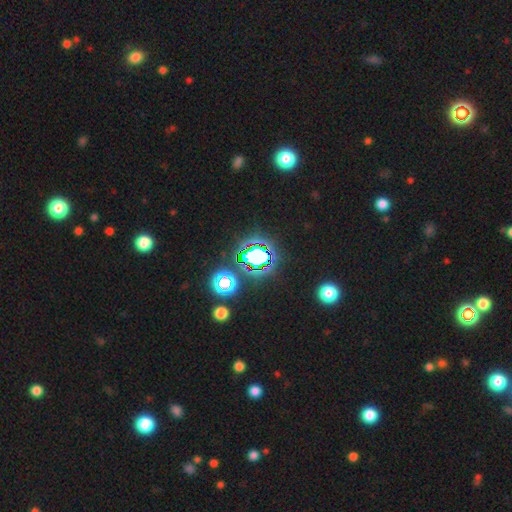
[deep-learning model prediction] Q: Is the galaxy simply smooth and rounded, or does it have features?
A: star or artifact — 75%.